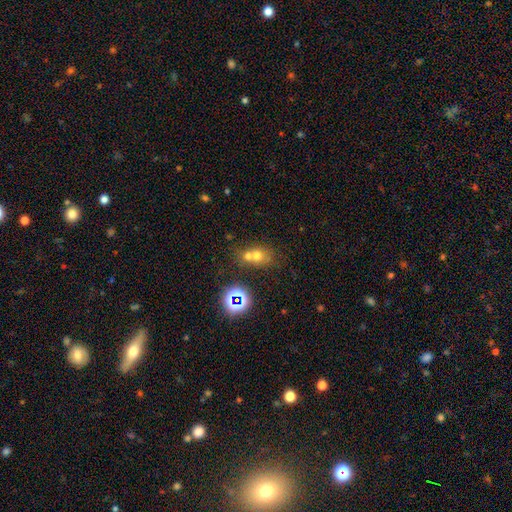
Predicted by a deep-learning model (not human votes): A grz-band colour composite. It shows a smooth galaxy with no disk features (57%) that is round (68%). Merging: merger (50%).